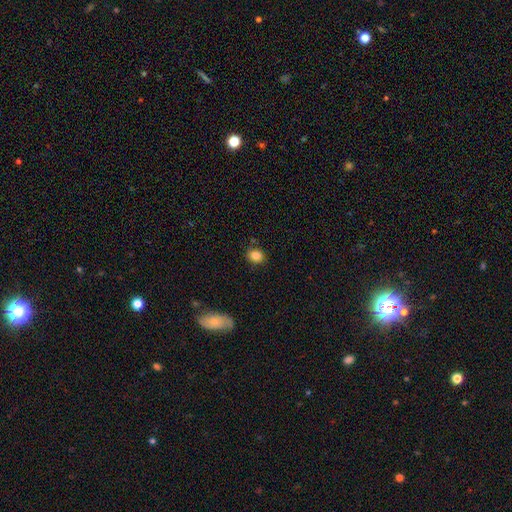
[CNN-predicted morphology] A smooth galaxy with no disk features (84%) that is round (65%). Merging: none (85%).